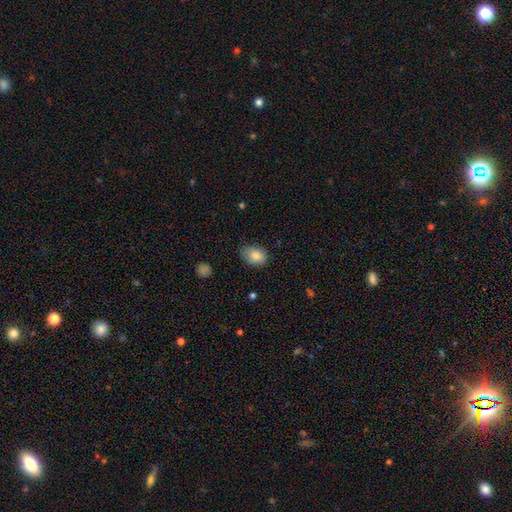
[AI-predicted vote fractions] A smooth galaxy with no disk features (83%) that is in between round and cigar-shaped (75%). Merging: none (71%).